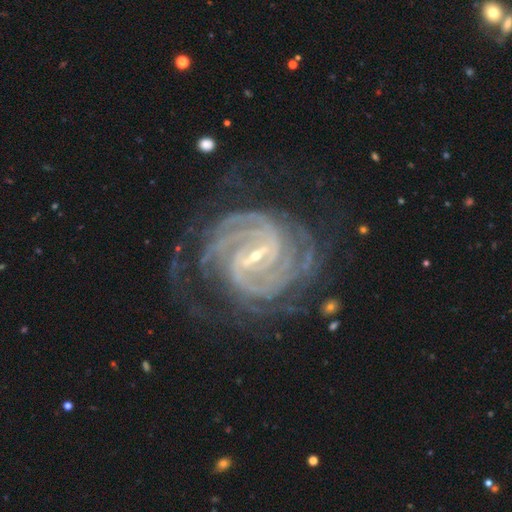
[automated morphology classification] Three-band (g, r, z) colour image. It shows a featured or disk galaxy (93%) with a strong bar (54%), 4 (26%) tight (74%) spiral arms (99%) and a small central bulge (79%). Merging: none (72%).